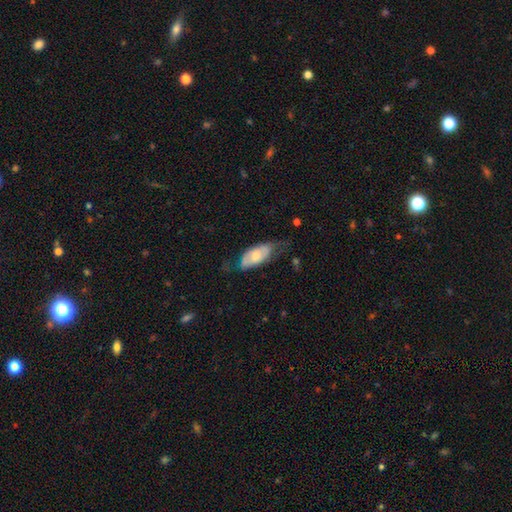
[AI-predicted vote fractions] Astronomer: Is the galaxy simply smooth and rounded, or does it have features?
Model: smooth — 58% (runner-up: featured or disk, 36%).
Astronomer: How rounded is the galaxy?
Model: in between — 86%.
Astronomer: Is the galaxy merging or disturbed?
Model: minor disturbance — 38% (runner-up: none, 36%).